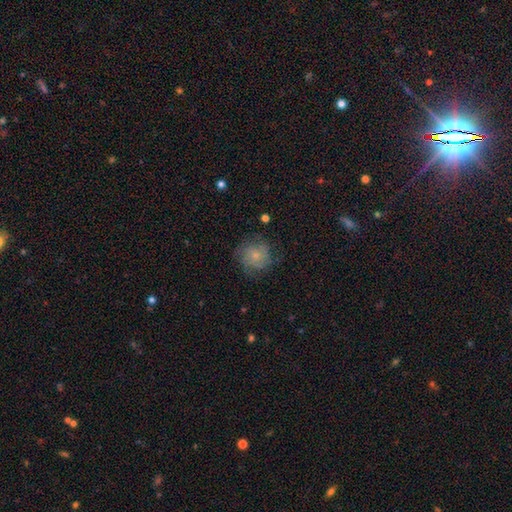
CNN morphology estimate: Smooth or featured: smooth — 63% (featured or disk — 28%)
How rounded: round — 88% (in between — 11%)
Merging: none — 69% (minor disturbance — 20%)